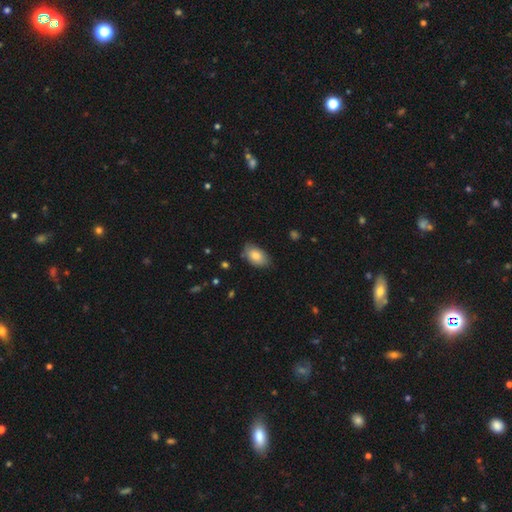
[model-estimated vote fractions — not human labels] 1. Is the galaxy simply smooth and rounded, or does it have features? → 83% smooth, 10% featured or disk, 7% star or artifact.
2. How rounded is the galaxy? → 92% in between, 7% round, 1% cigar-shaped.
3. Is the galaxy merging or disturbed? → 73% none, 22% minor disturbance, 3% major disturbance, 2% merger.